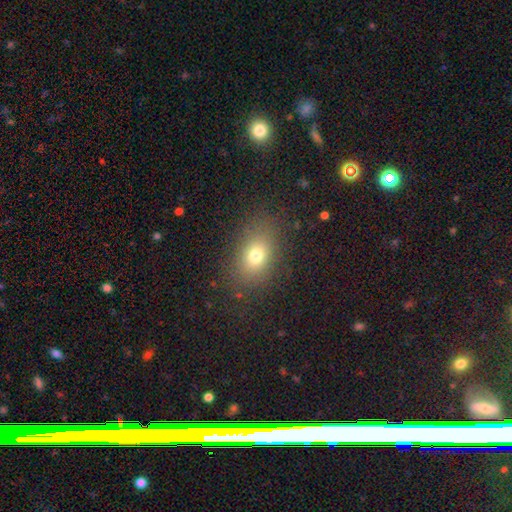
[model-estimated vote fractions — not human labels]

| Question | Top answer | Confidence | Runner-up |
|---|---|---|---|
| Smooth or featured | smooth | 73% | star or artifact (15%) |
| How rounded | in between | 74% | round (24%) |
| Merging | none | 82% | minor disturbance (11%) |